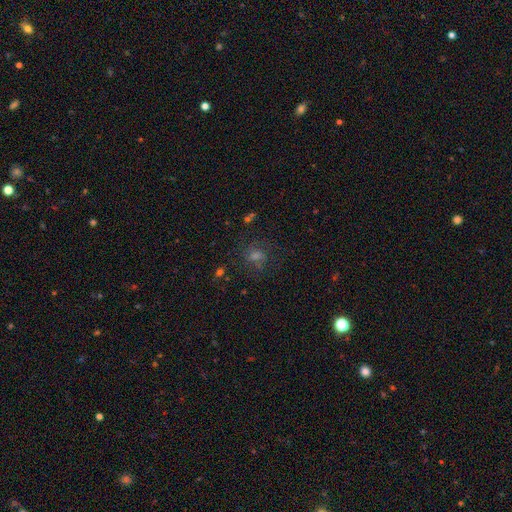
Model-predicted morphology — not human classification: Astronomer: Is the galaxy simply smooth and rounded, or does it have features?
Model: smooth — 37% (runner-up: star or artifact, 36%).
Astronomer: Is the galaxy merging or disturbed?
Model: none — 72%.